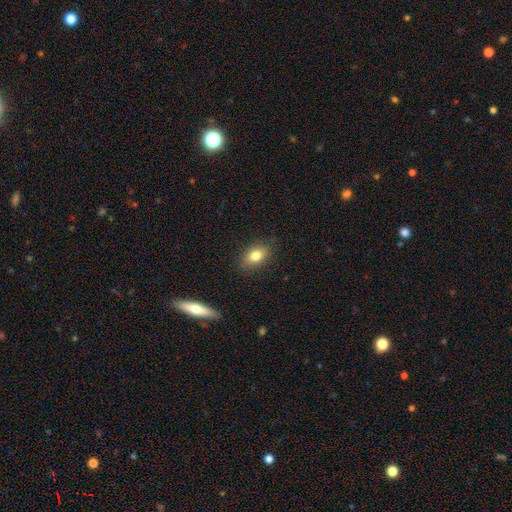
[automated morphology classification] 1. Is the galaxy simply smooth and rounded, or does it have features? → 80% smooth, 12% featured or disk, 9% star or artifact.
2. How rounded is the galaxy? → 83% in between, 14% round, 3% cigar-shaped.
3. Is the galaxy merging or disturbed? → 85% none, 11% minor disturbance, 3% major disturbance, 1% merger.